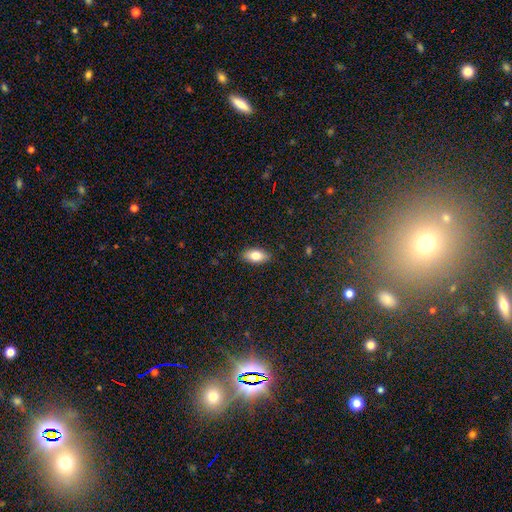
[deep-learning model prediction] Overall: smooth (80%). How rounded: in between (89%). Merging: none (87%).